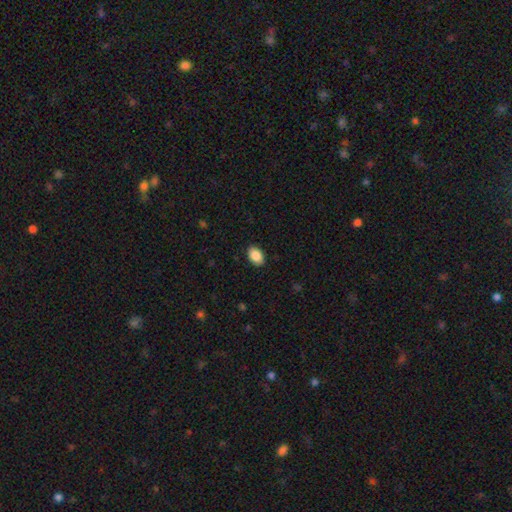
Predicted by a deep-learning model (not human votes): Smooth or featured? Predicted: smooth (p=0.89). How rounded? Predicted: in between (p=0.88). Merging? Predicted: none (p=0.89).